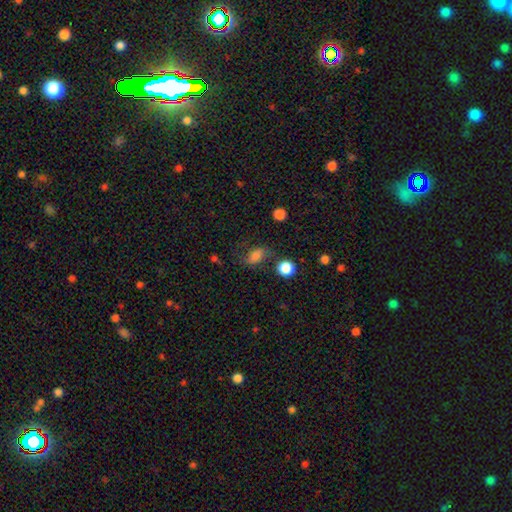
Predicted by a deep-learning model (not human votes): This is likely a smooth galaxy (69%). How rounded: likely in between (73%). Merging: likely none (60%).